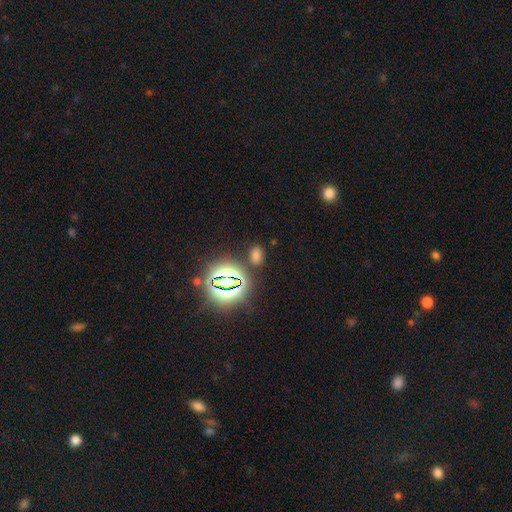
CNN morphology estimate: Smooth or featured?
  - smooth: 58% *
  - star or artifact: 35%
  - featured or disk: 7%
How rounded?
  - in between: 79% *
  - round: 19%
  - cigar-shaped: 2%
Merging?
  - none: 81% *
  - minor disturbance: 10%
  - merger: 5%
  - major disturbance: 4%